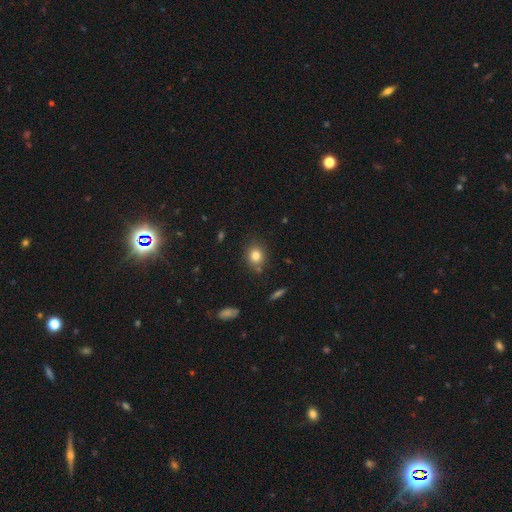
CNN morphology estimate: smooth-or-featured: smooth: 80% | star or artifact: 11% | featured or disk: 8%
  how-rounded: round: 68% | in between: 31% | cigar-shaped: 1%
  merging: none: 80% | minor disturbance: 12% | merger: 5% | major disturbance: 3%